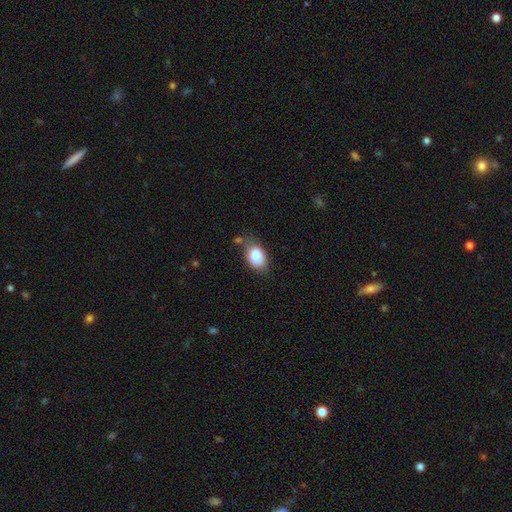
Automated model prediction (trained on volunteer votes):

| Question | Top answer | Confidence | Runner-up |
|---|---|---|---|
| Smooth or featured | smooth | 77% | featured or disk (14%) |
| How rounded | in between | 85% | round (14%) |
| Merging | none | 49% | minor disturbance (31%) |